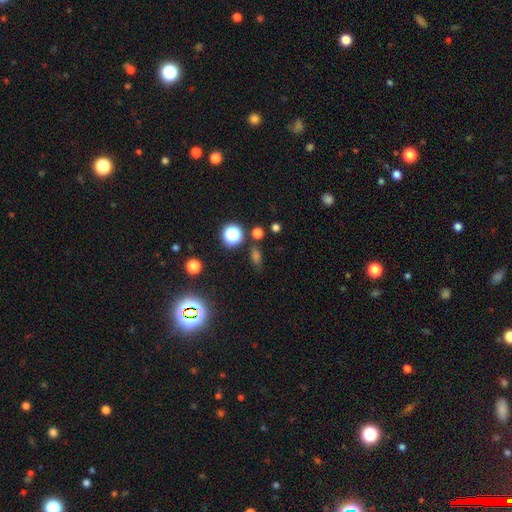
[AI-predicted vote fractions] star or artifact 47%, smooth 43%, featured or disk 10%.